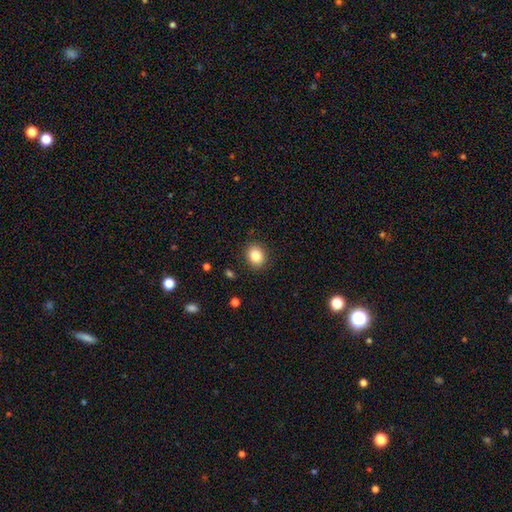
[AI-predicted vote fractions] Smooth or featured? smooth (86%)
How rounded? round (59%)
Merging? none (88%)